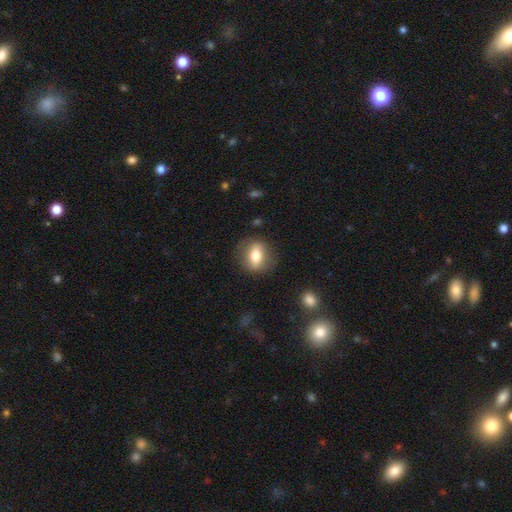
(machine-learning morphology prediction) A smooth galaxy with no disk features (64%) that is in between round and cigar-shaped (61%).

Vote fractions:
- Smooth or featured? smooth: 64% / featured or disk: 29% / star or artifact: 8%
- How rounded? in between: 61% / round: 32% / cigar-shaped: 7%
- Merging? none: 82% / minor disturbance: 12% / major disturbance: 5% / merger: 1%